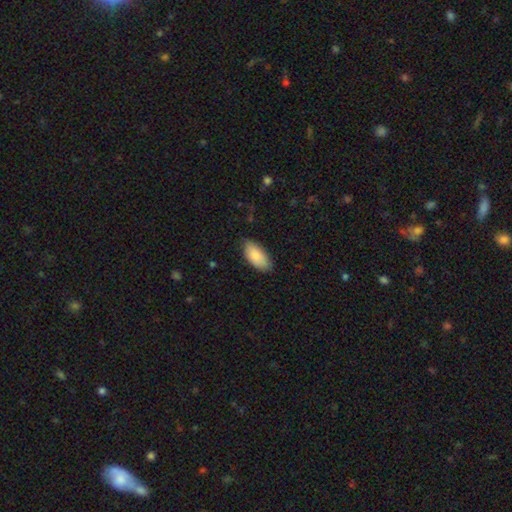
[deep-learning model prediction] A smooth galaxy with no disk features (85%) that is in between round and cigar-shaped (92%). Merging: none (81%).